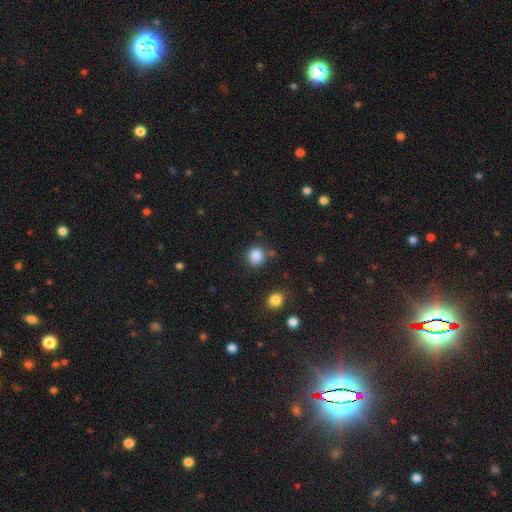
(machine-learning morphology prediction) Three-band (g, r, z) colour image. It shows a smooth galaxy with no disk features (86%) that is round (87%). Merging: none (81%).